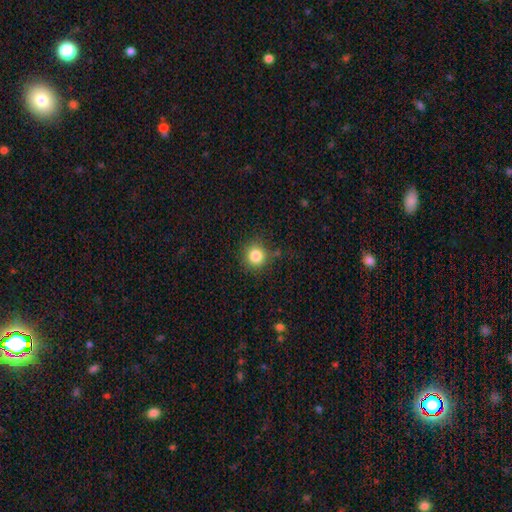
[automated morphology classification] Smooth or featured? smooth (84%)
How rounded? round (92%)
Merging? none (81%)